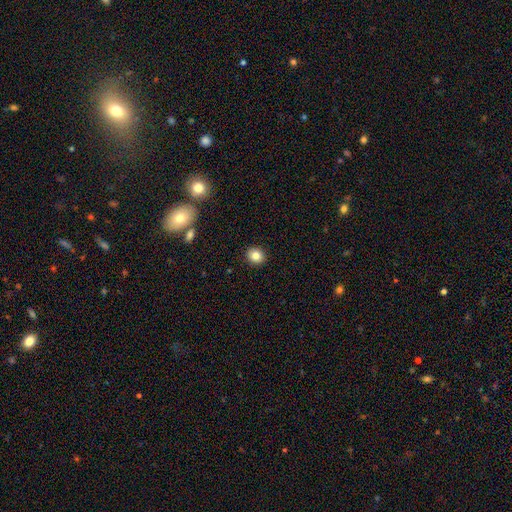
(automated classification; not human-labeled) Smooth or featured? smooth (83%)
How rounded? round (83%)
Merging? none (92%)